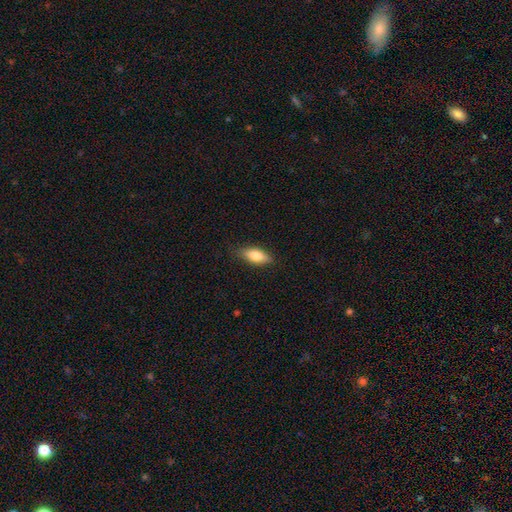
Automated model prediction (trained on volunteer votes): A smooth galaxy with no disk features (78%) that is in between round and cigar-shaped (77%). Merging: none (82%).